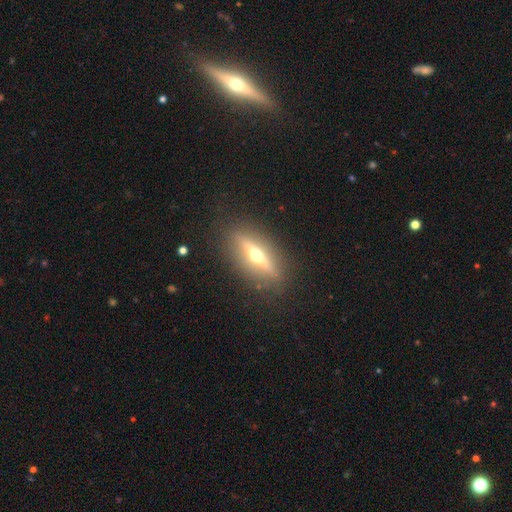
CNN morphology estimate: Smooth or featured?
  - featured or disk: 67% *
  - smooth: 25%
  - star or artifact: 8%
Edge-on disk?
  - yes: 89% *
  - no: 11%
Edge-on bulge?
  - rounded: 95% *
  - boxy: 3%
  - none: 2%
Merging?
  - none: 87% *
  - minor disturbance: 9%
  - major disturbance: 4%
  - merger: 1%